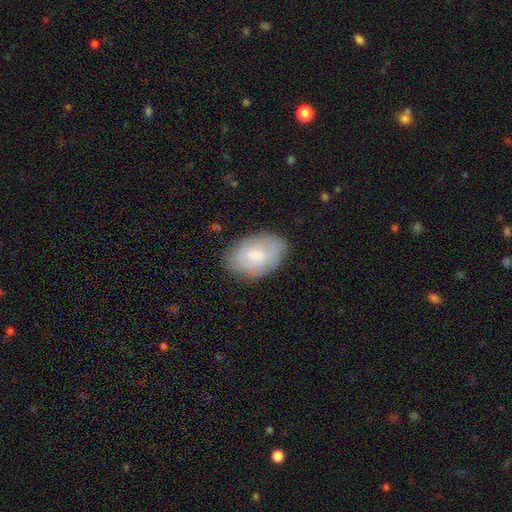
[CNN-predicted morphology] smooth 58%, featured or disk 35%, star or artifact 7%. Down the decision tree: how rounded — in between (91%); merging — none (75%).